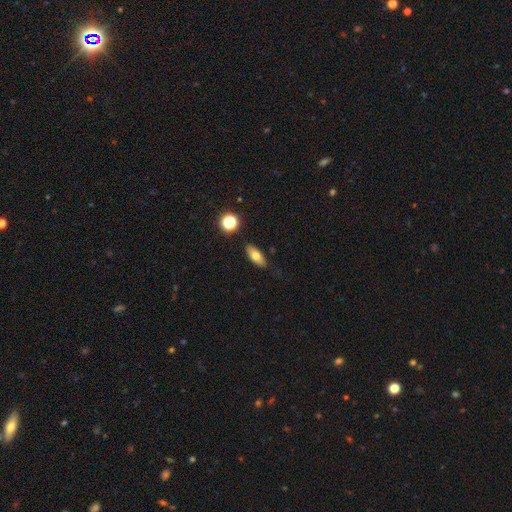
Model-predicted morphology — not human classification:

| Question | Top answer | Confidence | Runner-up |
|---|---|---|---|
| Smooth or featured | smooth | 69% | featured or disk (22%) |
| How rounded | in between | 78% | cigar-shaped (17%) |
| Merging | none | 84% | minor disturbance (11%) |